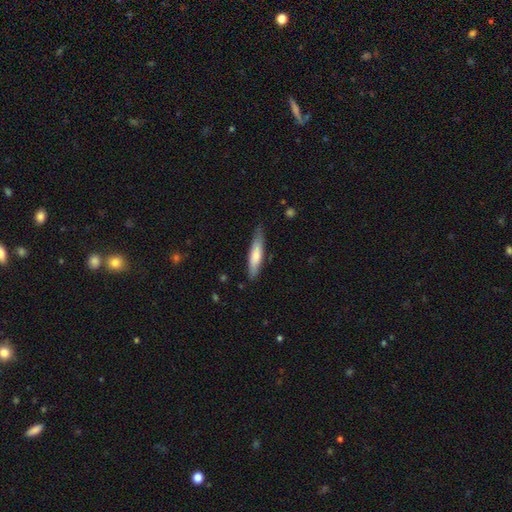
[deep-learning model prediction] smooth 69%, featured or disk 26%, star or artifact 5%. Down the decision tree: how rounded — cigar-shaped (78%); merging — none (80%).